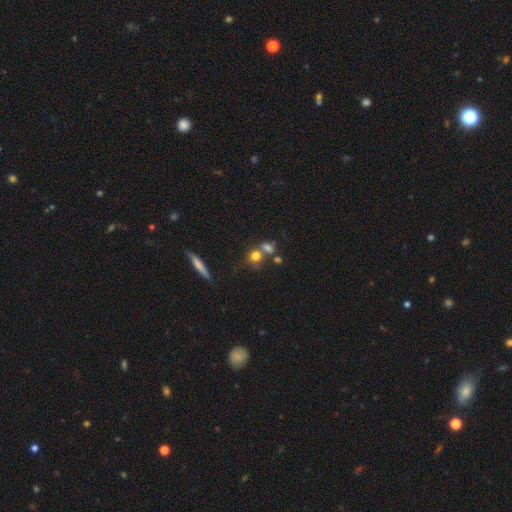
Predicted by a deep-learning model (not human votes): Smooth or featured: smooth — 73% (featured or disk — 14%)
How rounded: round — 68% (in between — 26%)
Merging: none — 47% (merger — 35%)